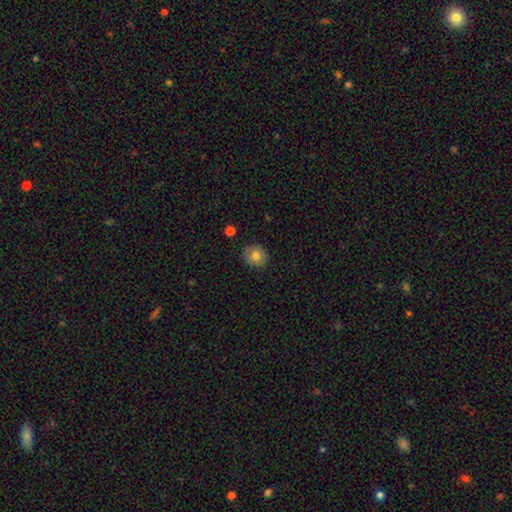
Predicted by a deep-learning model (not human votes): smooth_or_featured: smooth (p=0.82) [alt: featured or disk p=0.09]
how_rounded: round (p=0.79) [alt: in between p=0.20]
merging: none (p=0.88) [alt: minor disturbance p=0.09]